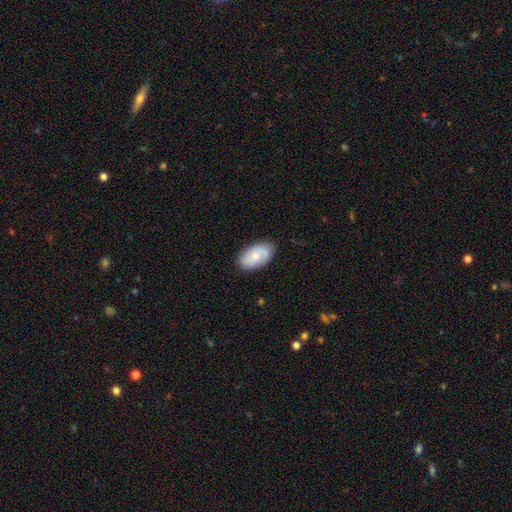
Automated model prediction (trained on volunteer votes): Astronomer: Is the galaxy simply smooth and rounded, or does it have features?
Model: smooth — 63%.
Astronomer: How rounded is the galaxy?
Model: in between — 93%.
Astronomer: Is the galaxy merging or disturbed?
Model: none — 83%.